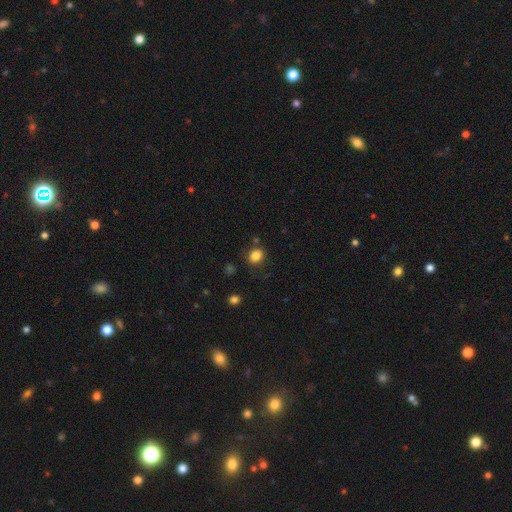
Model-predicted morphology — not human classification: A smooth galaxy with no disk features (84%) that is round (56%).

Vote fractions:
- Smooth or featured? smooth: 84% / star or artifact: 11% / featured or disk: 5%
- How rounded? round: 56% / in between: 43% / cigar-shaped: 1%
- Merging? none: 81% / minor disturbance: 12% / merger: 4% / major disturbance: 4%